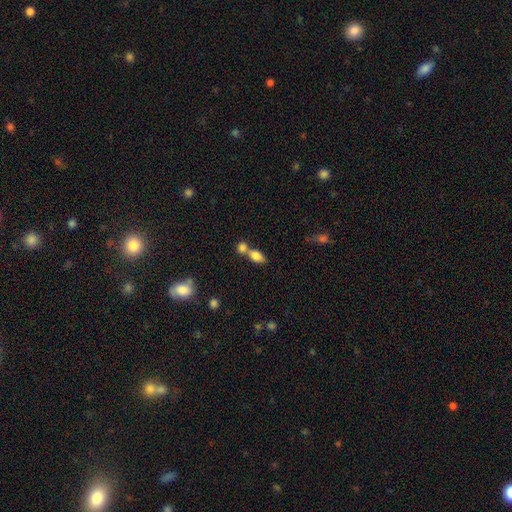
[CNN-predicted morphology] Smooth or featured? smooth (81%)
How rounded? in between (82%)
Merging? merger (53%)